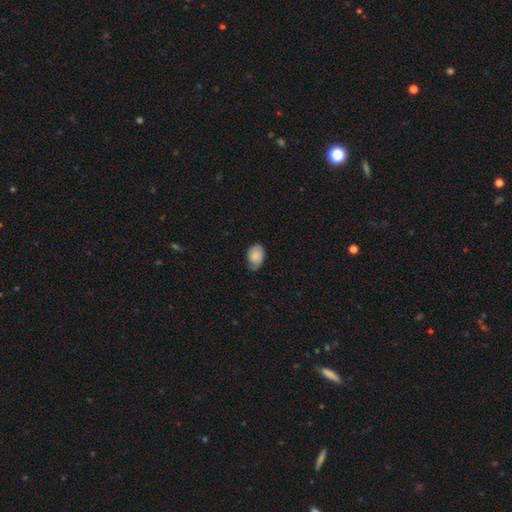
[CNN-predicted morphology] type=smooth (82%); roundness=in between (78%); merging=none (56%).